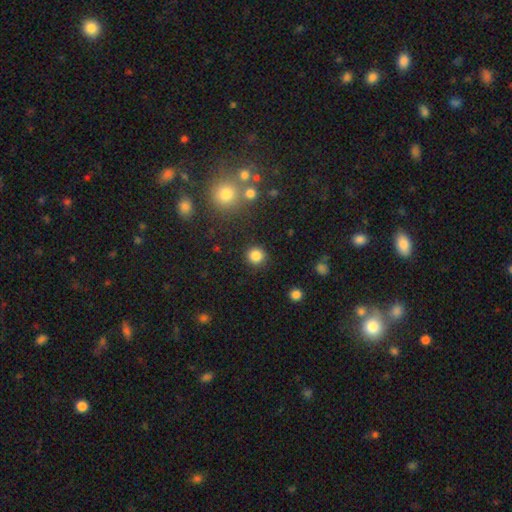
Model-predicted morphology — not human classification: Overall: smooth (84%). How rounded: round (93%). Merging: none (90%).